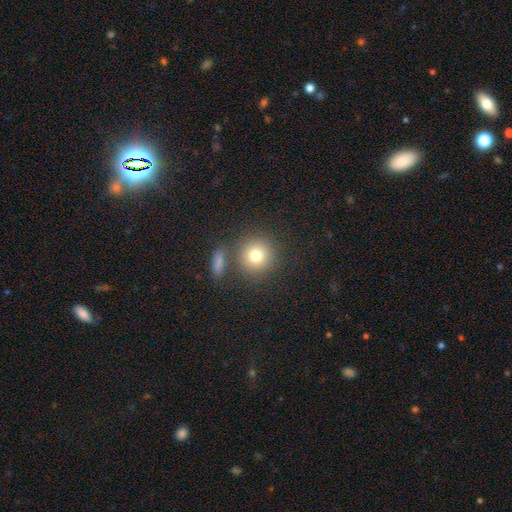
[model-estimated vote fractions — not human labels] smooth-or-featured: smooth: 77% | star or artifact: 12% | featured or disk: 11%
  how-rounded: round: 91% | in between: 8% | cigar-shaped: 1%
  merging: none: 76% | merger: 11% | minor disturbance: 9% | major disturbance: 4%